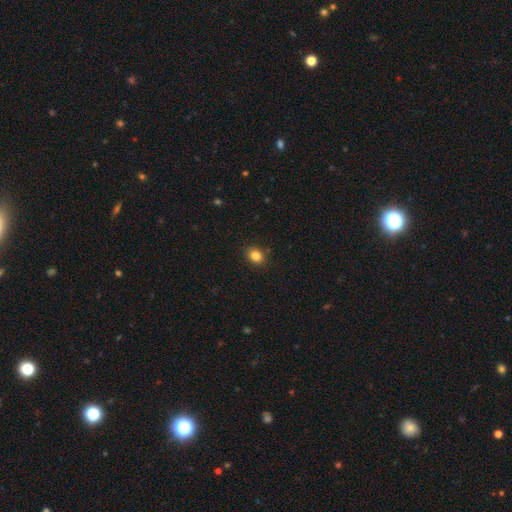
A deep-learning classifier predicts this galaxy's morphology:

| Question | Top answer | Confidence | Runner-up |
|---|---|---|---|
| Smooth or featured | smooth | 85% | star or artifact (11%) |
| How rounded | in between | 50% | tied: round (50%) |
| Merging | none | 89% | minor disturbance (8%) |